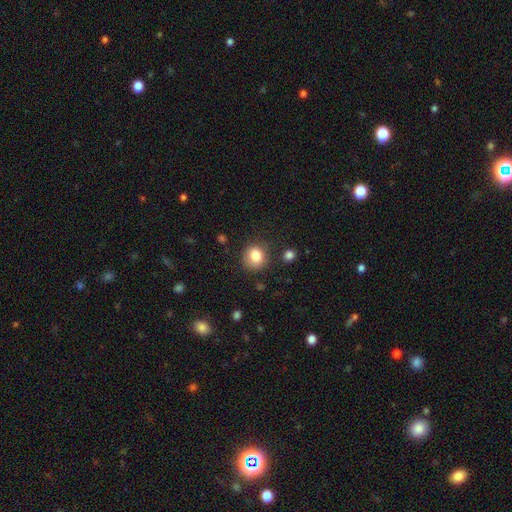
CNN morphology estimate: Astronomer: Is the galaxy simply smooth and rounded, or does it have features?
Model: smooth — 82%.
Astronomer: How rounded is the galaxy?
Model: round — 80%.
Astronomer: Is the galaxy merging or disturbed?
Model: none — 77%.